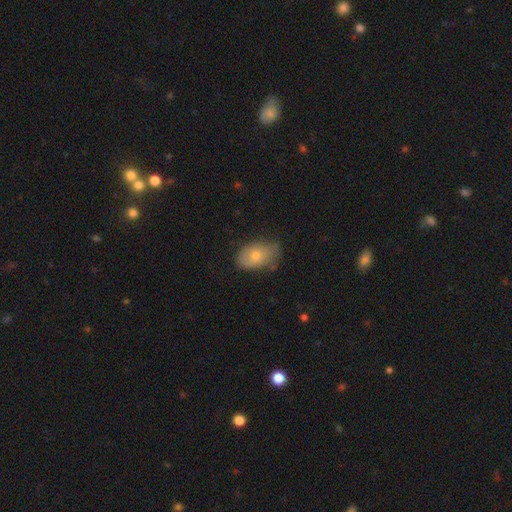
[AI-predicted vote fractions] Morphology: type=smooth (68%); roundness=in between (84%); merging=none (57%).